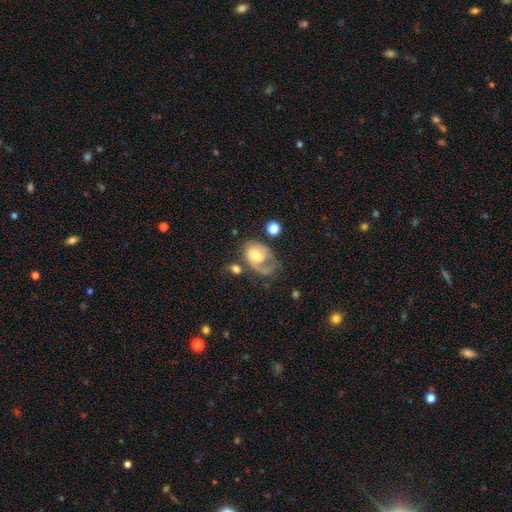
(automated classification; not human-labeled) This appears to be a featured or disk galaxy (60%) with no bar (60%), spiral arms (78%) and a moderate central bulge (55%). Merging: none (35%).